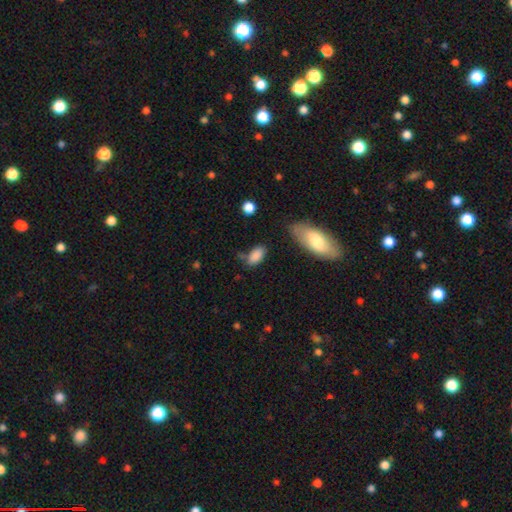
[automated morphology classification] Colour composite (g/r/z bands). It shows a smooth galaxy with no disk features (86%) that is in between round and cigar-shaped (91%). Merging: none (61%).